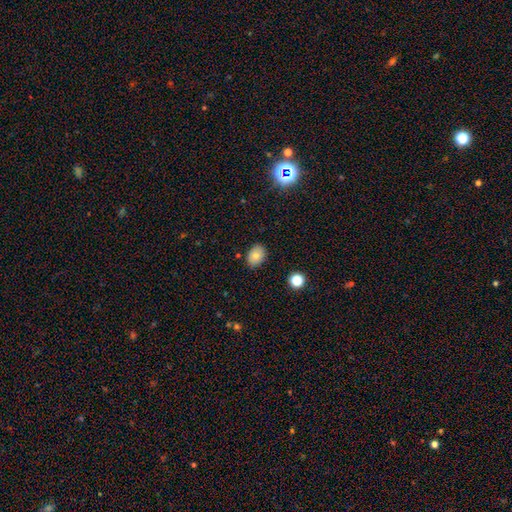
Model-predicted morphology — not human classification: Smooth or featured? Predicted: smooth (p=0.78). How rounded? Predicted: in between (p=0.67). Merging? Predicted: none (p=0.84).